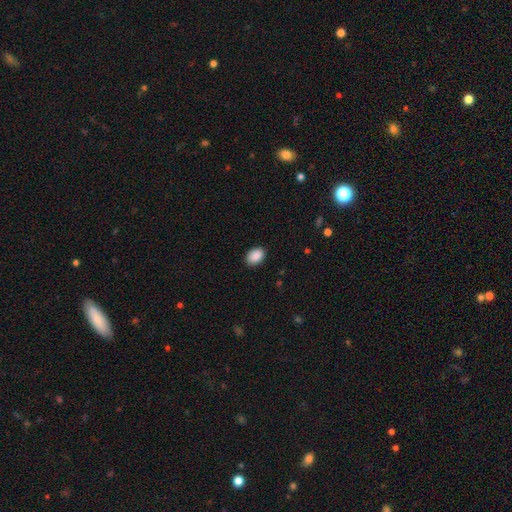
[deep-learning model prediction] Smooth or featured?
  - smooth: 90% *
  - star or artifact: 7%
  - featured or disk: 3%
How rounded?
  - in between: 81% *
  - round: 18%
  - cigar-shaped: 1%
Merging?
  - none: 87% *
  - minor disturbance: 10%
  - major disturbance: 2%
  - merger: 1%